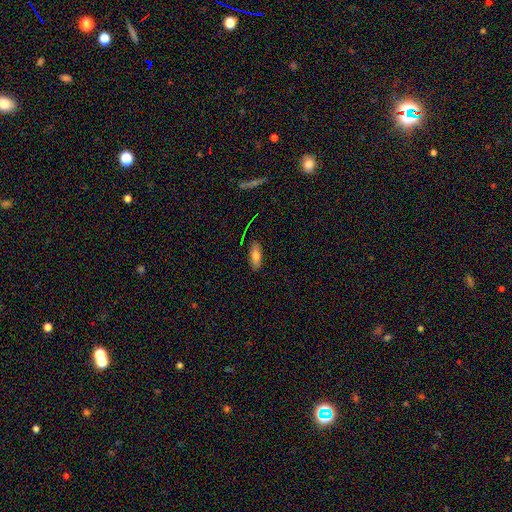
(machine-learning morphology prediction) This appears to be a smooth galaxy with no disk features (75%) that is in between round and cigar-shaped (83%). Merging: none (83%).